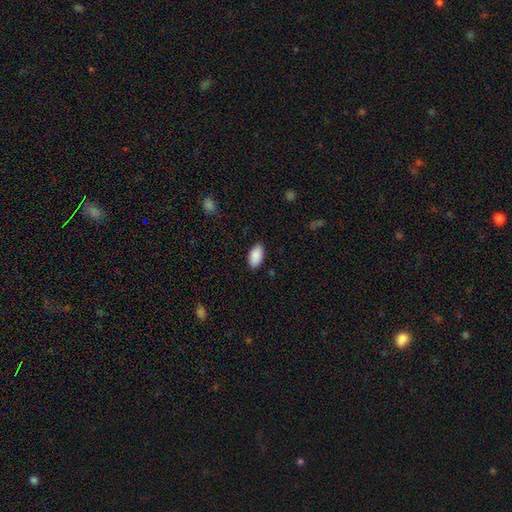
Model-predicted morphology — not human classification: Smooth or featured? smooth (90%)
How rounded? in between (95%)
Merging? none (87%)